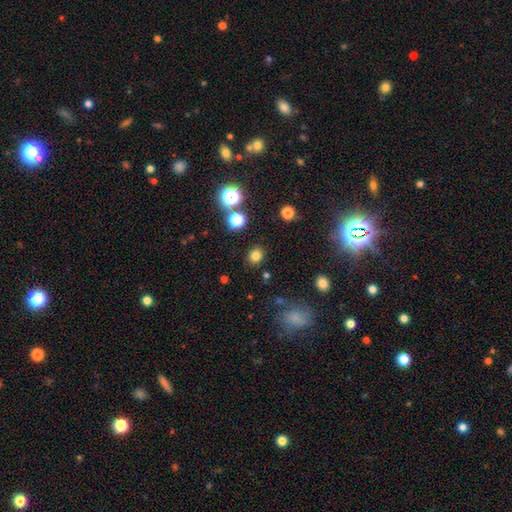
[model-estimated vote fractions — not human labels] Smooth or featured?
  - smooth: 77% *
  - star or artifact: 17%
  - featured or disk: 6%
How rounded?
  - round: 65% *
  - in between: 34%
  - cigar-shaped: 1%
Merging?
  - none: 86% *
  - minor disturbance: 8%
  - major disturbance: 3%
  - merger: 2%